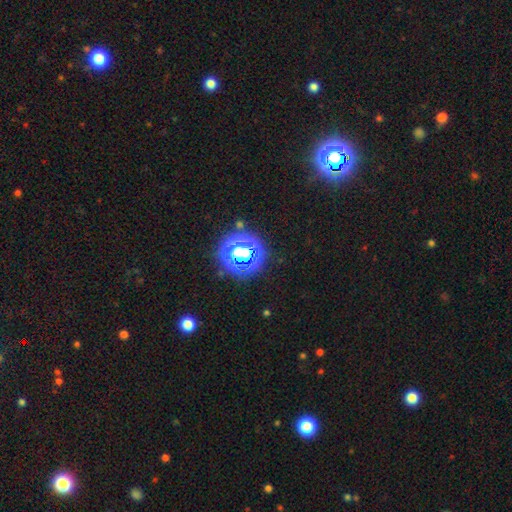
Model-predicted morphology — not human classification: A star or artifact, not a galaxy (62%).